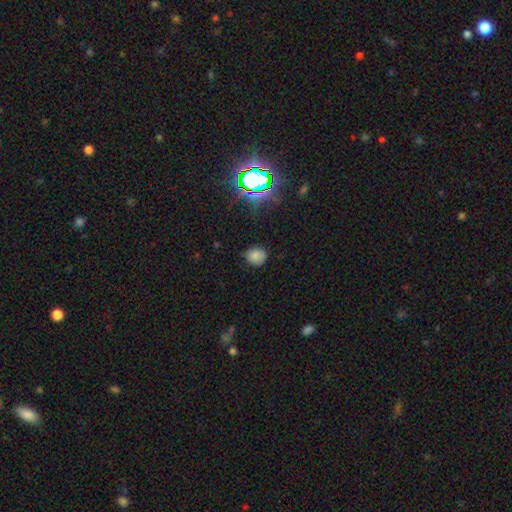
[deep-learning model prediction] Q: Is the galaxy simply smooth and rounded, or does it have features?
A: smooth — 76%.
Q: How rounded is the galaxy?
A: round — 74%.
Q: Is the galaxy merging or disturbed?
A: none — 77%.